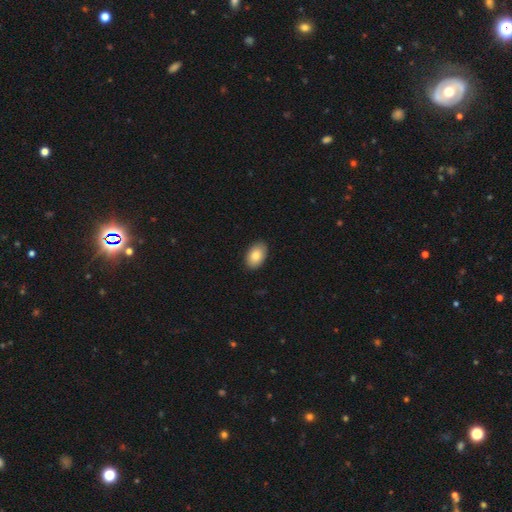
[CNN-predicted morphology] smooth 85%, featured or disk 8%, star or artifact 7%. Down the decision tree: how rounded — in between (90%); merging — none (89%).